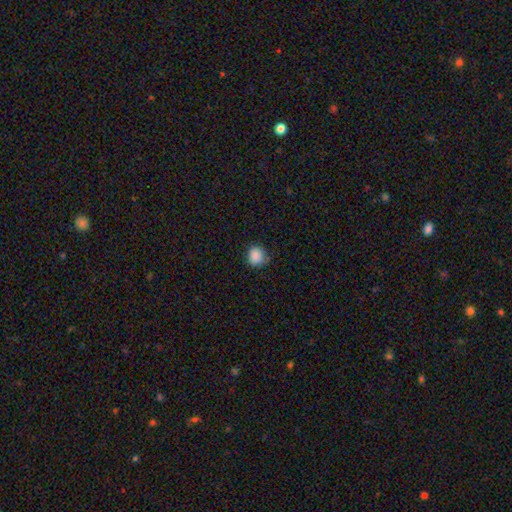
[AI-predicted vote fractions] Smooth or featured? smooth (88%)
How rounded? round (81%)
Merging? none (76%)